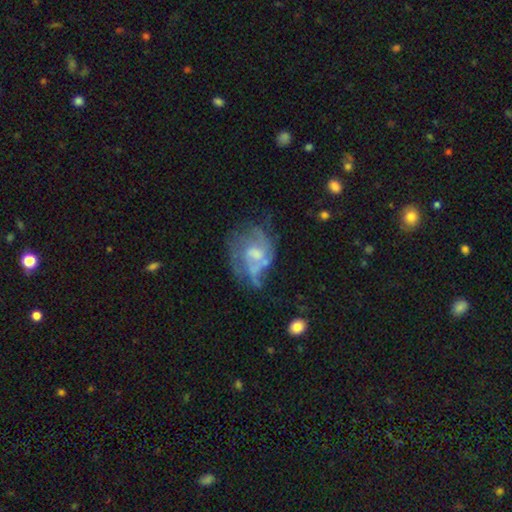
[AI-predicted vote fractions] Smooth or featured? featured or disk (73%)
Edge-on disk? no (97%)
Bar? no (58%)
Spiral arms? yes (71%)
Spiral winding? medium (43%)
Spiral arm count? can't tell (36%)
Bulge size? moderate (46%)
Merging? none (35%)